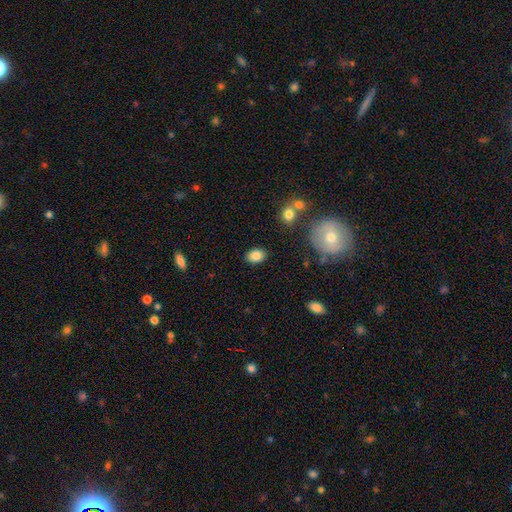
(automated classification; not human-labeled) Q: Smooth or featured?
A: smooth (85%); runner-up: star or artifact (9%)
Q: How rounded?
A: in between (79%); runner-up: round (20%)
Q: Merging?
A: none (86%); runner-up: minor disturbance (9%)